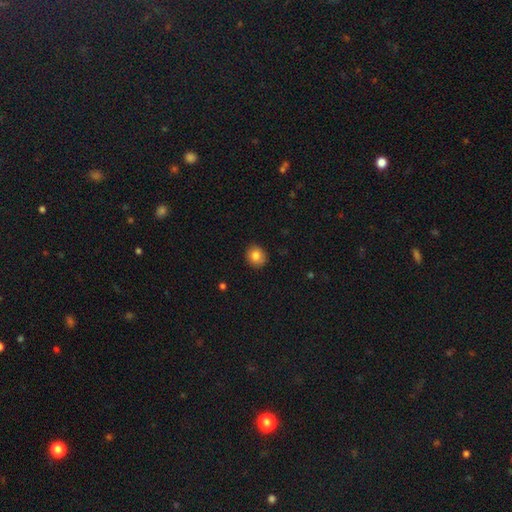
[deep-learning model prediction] Smooth or featured? smooth (82%)
How rounded? round (80%)
Merging? none (89%)